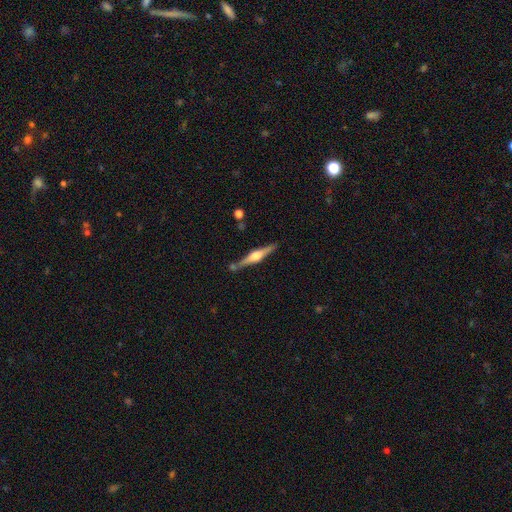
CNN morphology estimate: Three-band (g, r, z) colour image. It shows a featured or disk galaxy (78%) viewed edge-on (98%) with a rounded central bulge (91%). Merging: none (83%).